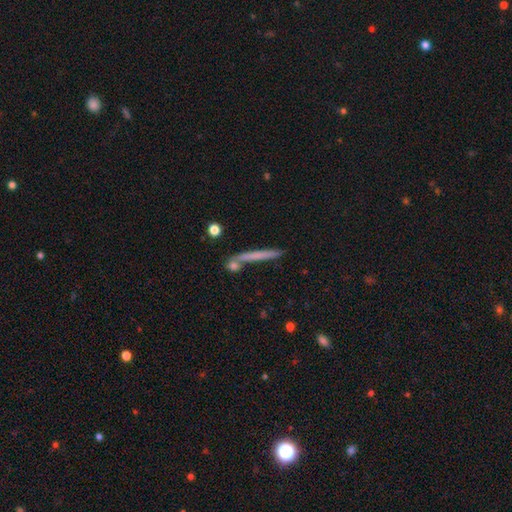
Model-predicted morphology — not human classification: This is possibly a smooth galaxy (58%). How rounded: clearly cigar-shaped (95%). Merging: likely none (75%).